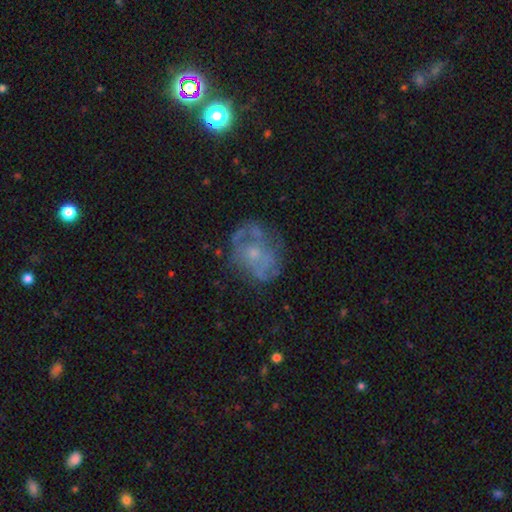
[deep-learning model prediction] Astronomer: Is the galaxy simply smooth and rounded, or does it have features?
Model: featured or disk — 65%.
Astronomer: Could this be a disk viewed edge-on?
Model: no — 97%.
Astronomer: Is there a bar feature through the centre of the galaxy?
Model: no — 84%.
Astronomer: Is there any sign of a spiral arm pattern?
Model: no — 50%, tied with yes at 50%.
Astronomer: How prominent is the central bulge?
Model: small — 57%.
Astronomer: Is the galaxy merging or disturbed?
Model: none — 56%.